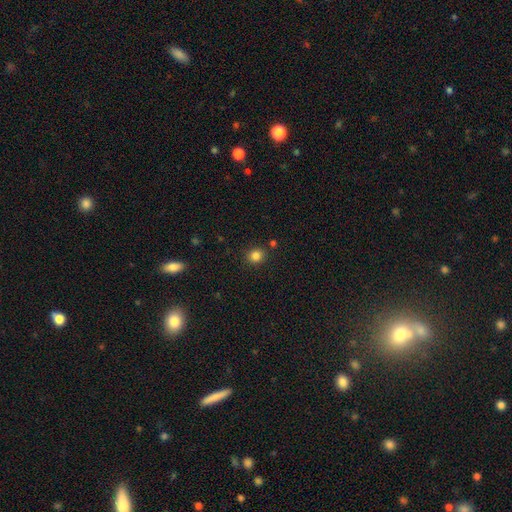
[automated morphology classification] This is clearly a smooth galaxy (83%). How rounded: clearly round (80%). Merging: clearly none (86%).